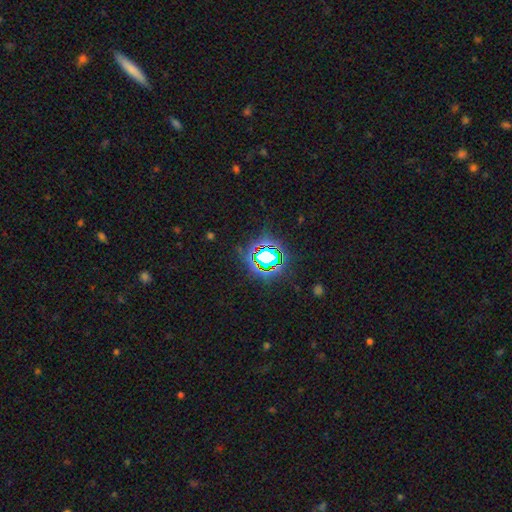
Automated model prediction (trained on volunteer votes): The model was most divided on "smooth or featured": star or artifact: 81%, smooth: 12%, featured or disk: 7%.